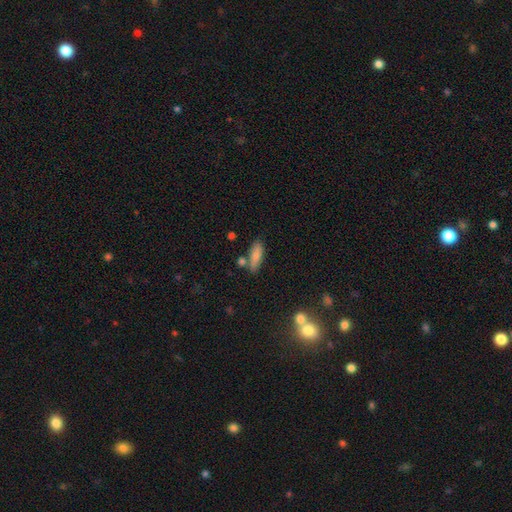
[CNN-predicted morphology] Smooth or featured? Predicted: smooth (p=0.79). How rounded? Predicted: in between (p=0.61). Merging? Predicted: none (p=0.70).